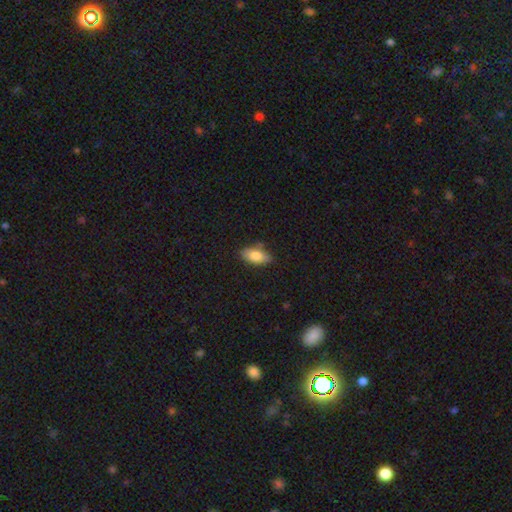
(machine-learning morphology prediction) A smooth galaxy with no disk features (80%) that is in between round and cigar-shaped (88%).

Vote fractions:
- Smooth or featured? smooth: 80% / featured or disk: 13% / star or artifact: 7%
- How rounded? in between: 88% / cigar-shaped: 9% / round: 4%
- Merging? none: 78% / minor disturbance: 16% / major disturbance: 3% / merger: 2%